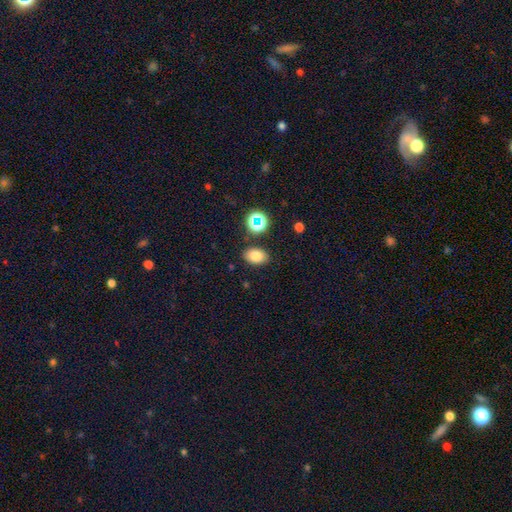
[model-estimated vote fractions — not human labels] Overall: smooth (77%). How rounded: in between (78%). Merging: none (83%).